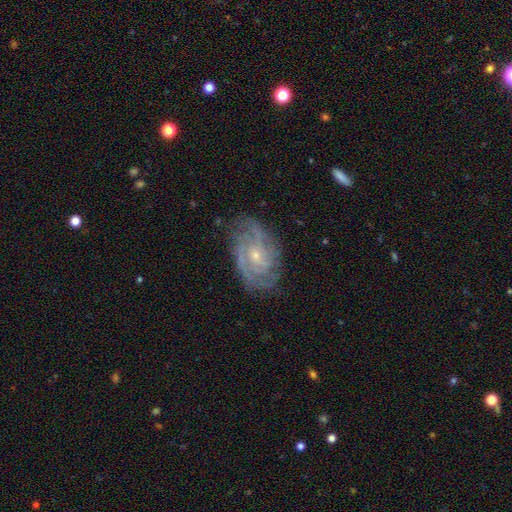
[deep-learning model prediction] Smooth or featured? Predicted: featured or disk (p=0.85). Edge-on disk? Predicted: no (p=0.97). Bar? Predicted: no (p=0.62). Spiral arms? Predicted: yes (p=0.96). Spiral winding? Predicted: tight (p=0.60). Spiral arm count? Predicted: 2 (p=0.29). Bulge size? Predicted: small (p=0.64). Merging? Predicted: none (p=0.75).